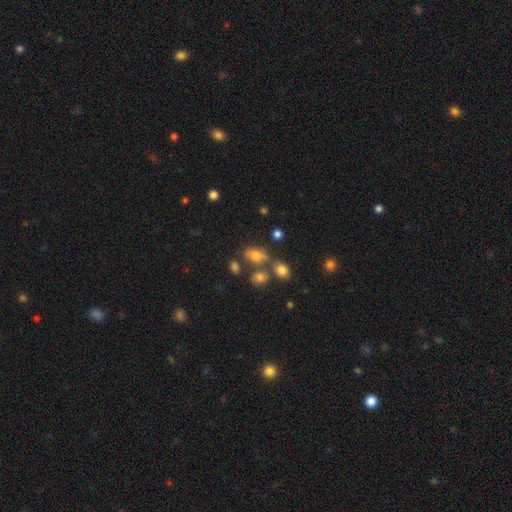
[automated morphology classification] Smooth or featured? Predicted: smooth (p=0.70). How rounded? Predicted: in between (p=0.82). Merging? Predicted: none (p=0.54).